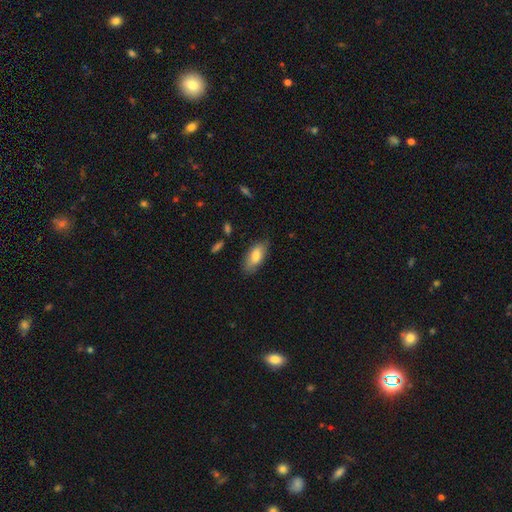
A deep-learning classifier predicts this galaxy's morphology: smooth-or-featured: smooth: 80% | featured or disk: 14% | star or artifact: 6%
  how-rounded: in between: 85% | cigar-shaped: 13% | round: 2%
  merging: none: 77% | minor disturbance: 17% | major disturbance: 4% | merger: 2%